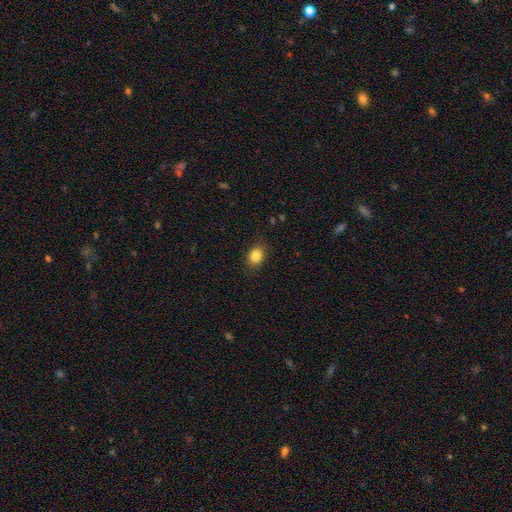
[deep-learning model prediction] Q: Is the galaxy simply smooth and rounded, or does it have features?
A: smooth — 84%.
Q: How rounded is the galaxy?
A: in between — 58%.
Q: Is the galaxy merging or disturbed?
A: none — 85%.